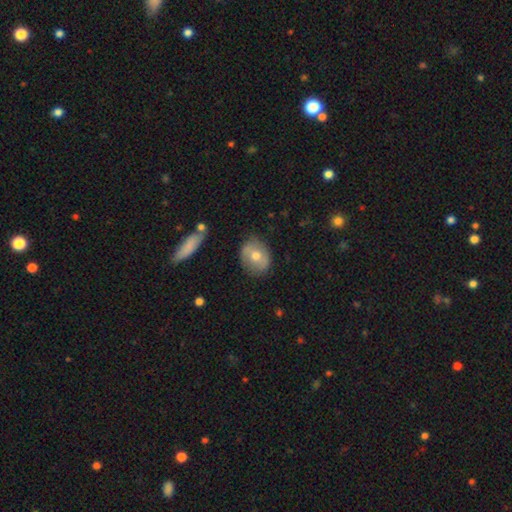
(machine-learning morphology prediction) smooth-or-featured: smooth: 60% | featured or disk: 33% | star or artifact: 7%
  how-rounded: round: 56% | in between: 43% | cigar-shaped: 1%
  merging: none: 78% | minor disturbance: 16% | major disturbance: 4% | merger: 2%